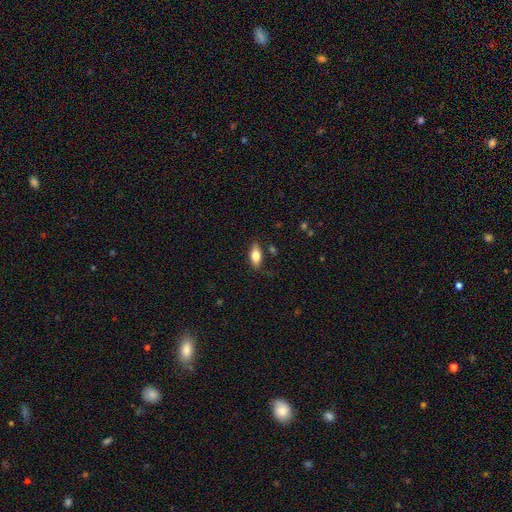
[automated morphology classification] smooth 76%, featured or disk 17%, star or artifact 7%. Down the decision tree: how rounded — in between (85%); merging — none (81%).